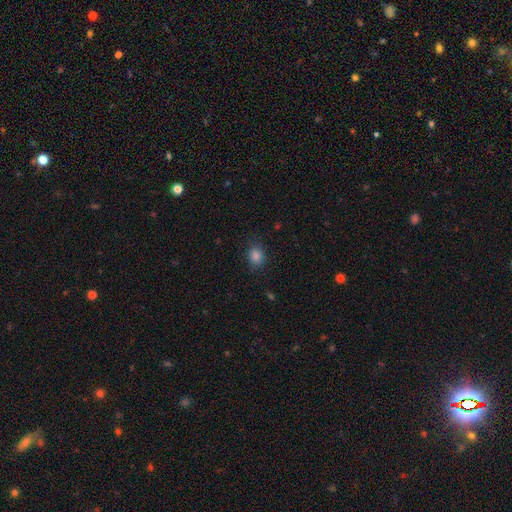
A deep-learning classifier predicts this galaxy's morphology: Q: Smooth or featured?
A: smooth (84%); runner-up: star or artifact (12%)
Q: How rounded?
A: round (53%); runner-up: in between (46%)
Q: Merging?
A: none (85%); runner-up: minor disturbance (11%)